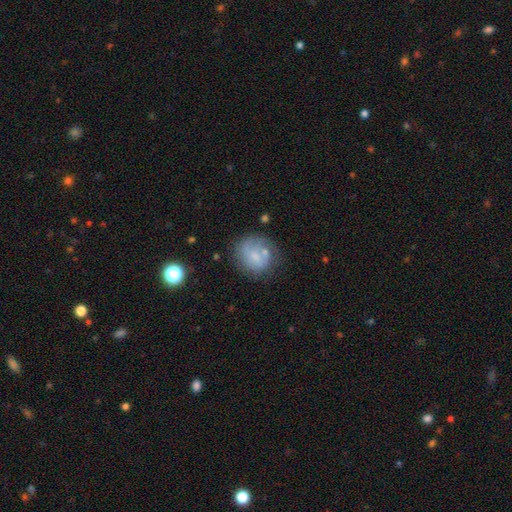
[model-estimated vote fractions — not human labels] This appears to be a smooth galaxy with no disk features (52%) that is round (79%). Merging: none (54%).